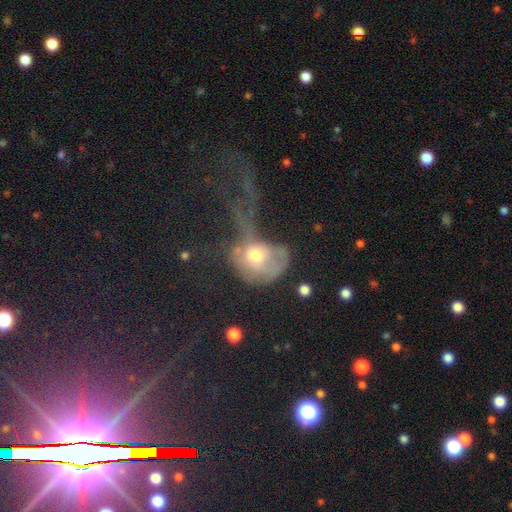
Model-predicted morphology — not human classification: Overall: smooth (52%; featured or disk 34%). How rounded: round (50%; in between 47%). Merging: major disturbance (63%).